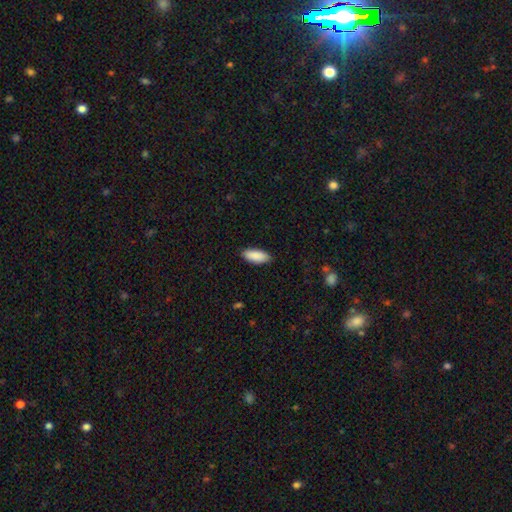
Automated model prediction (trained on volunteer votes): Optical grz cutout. It shows a smooth galaxy with no disk features (90%) that is in between round and cigar-shaped (81%). Merging: none (88%).